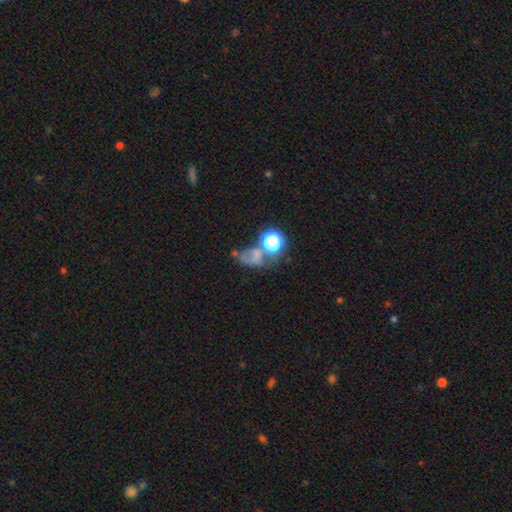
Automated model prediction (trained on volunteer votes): This appears to be a smooth galaxy with no disk features (50%) that is in between round and cigar-shaped (55%). Merging: merger (29%, tied with none).